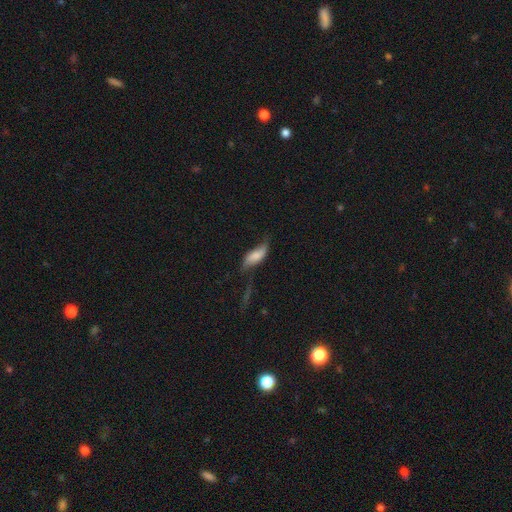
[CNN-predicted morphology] smooth 56%, featured or disk 36%, star or artifact 8%. Down the decision tree: how rounded — in between (73%); merging — none (41%).